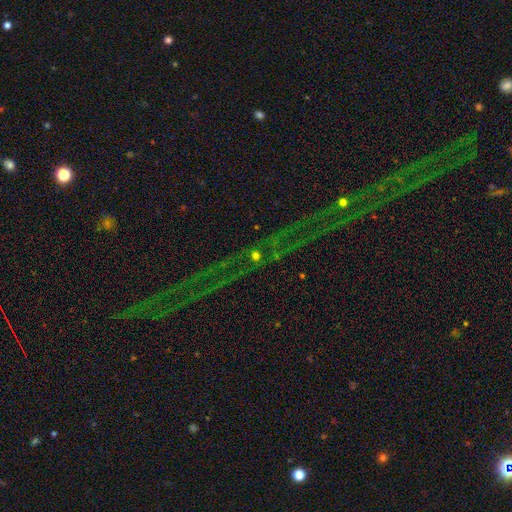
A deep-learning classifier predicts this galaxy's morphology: This appears to be a star or artifact, not a galaxy (47%).